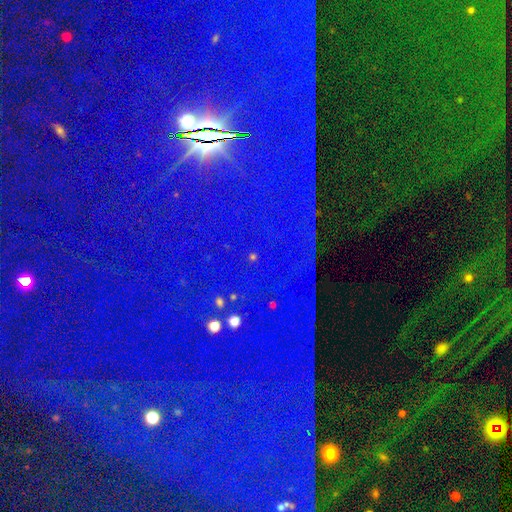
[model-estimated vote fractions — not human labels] star or artifact 87%, featured or disk 7%, smooth 6%.